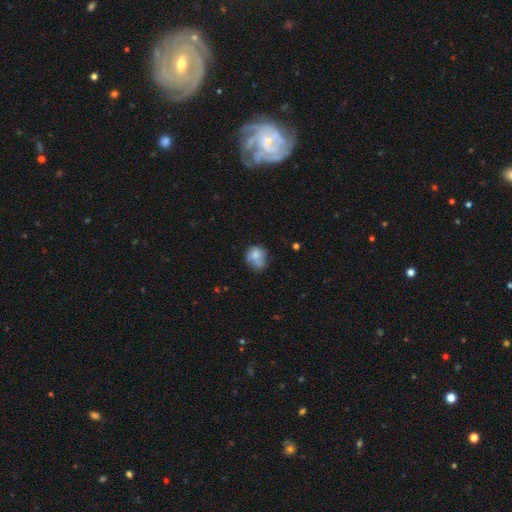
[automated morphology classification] Smooth or featured? smooth (73%)
How rounded? round (59%)
Merging? none (37%)